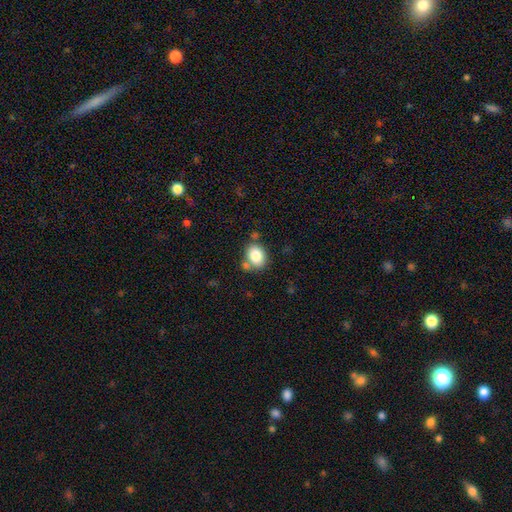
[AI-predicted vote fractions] This is clearly a smooth galaxy (83%). How rounded: possibly in between (59%). Merging: likely none (67%).